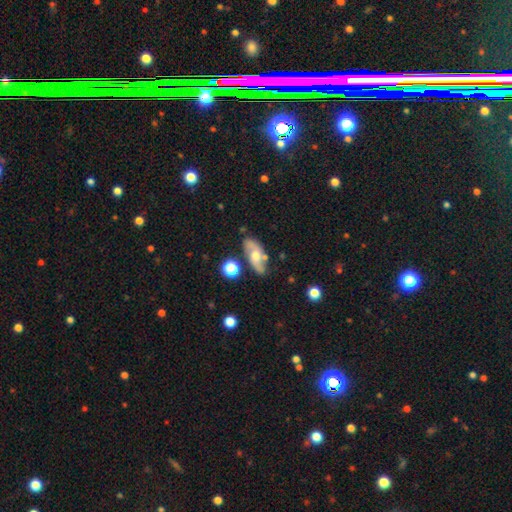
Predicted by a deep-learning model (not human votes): The model was most divided on "smooth or featured": featured or disk: 59%, smooth: 33%, star or artifact: 8%. More confident: edge-on disk — no (86%); spiral arms — yes (81%); bar — no (68%); merging — none (66%); bulge size — moderate (66%).